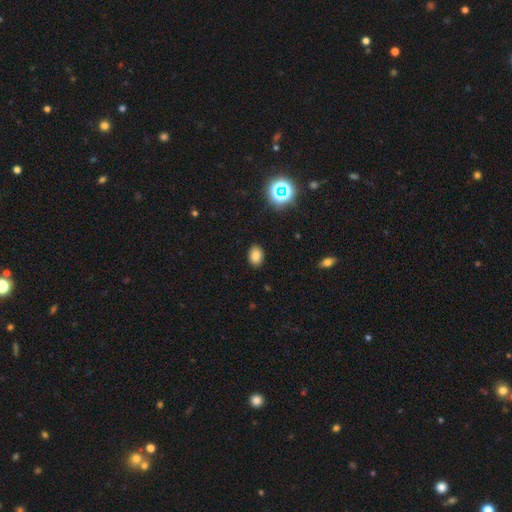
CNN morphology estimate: Smooth or featured: smooth — 81% (star or artifact — 14%)
How rounded: in between — 81% (round — 18%)
Merging: none — 88% (minor disturbance — 9%)